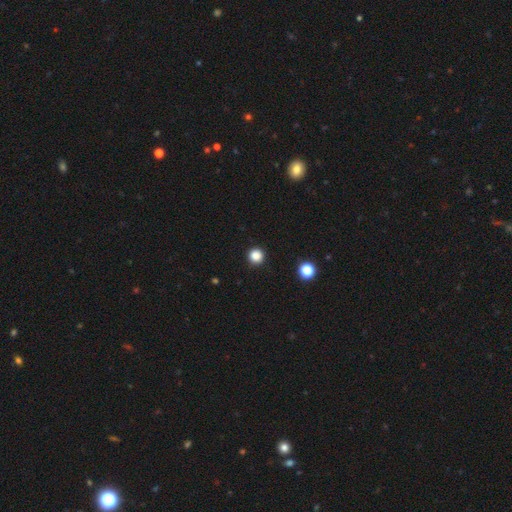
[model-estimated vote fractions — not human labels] Smooth or featured? Predicted: smooth (p=0.85). How rounded? Predicted: round (p=0.96). Merging? Predicted: none (p=0.92).